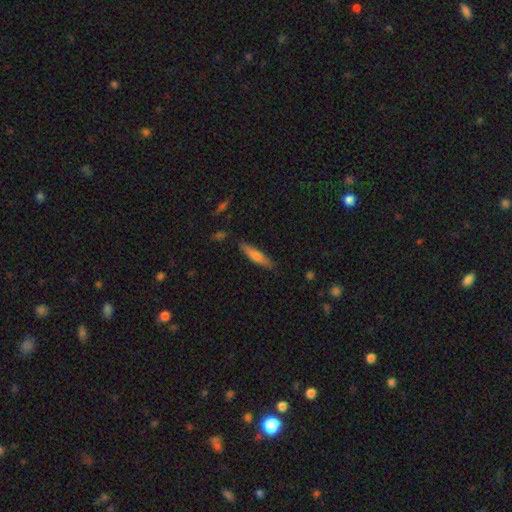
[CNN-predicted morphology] smooth 61%, featured or disk 33%, star or artifact 7%. Down the decision tree: how rounded — cigar-shaped (85%); merging — none (86%).